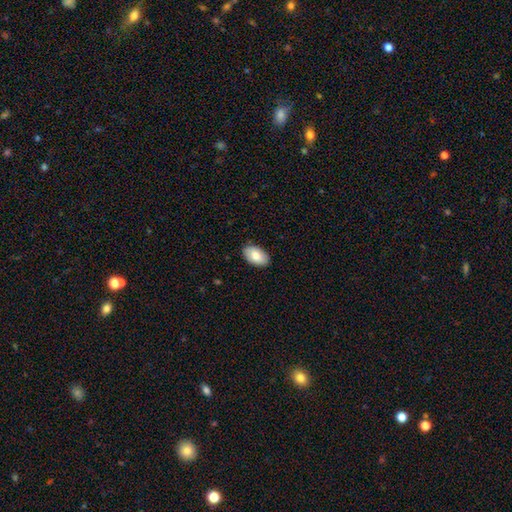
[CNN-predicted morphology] The model was most divided on "smooth or featured": smooth: 83%, featured or disk: 11%, star or artifact: 6%. More confident: how rounded — in between (94%); merging — none (88%).